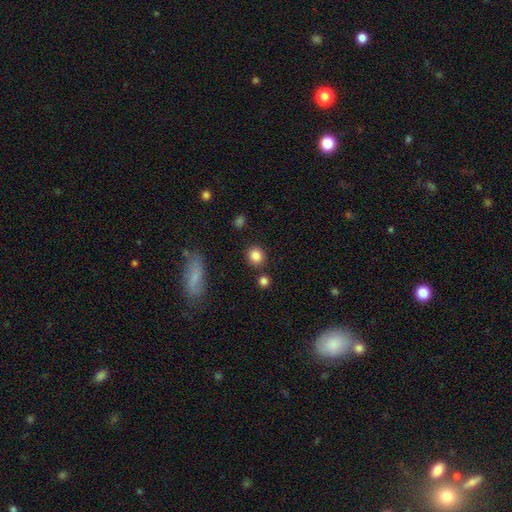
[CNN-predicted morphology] A smooth galaxy with no disk features (85%) that is round (85%).

Vote fractions:
- Smooth or featured? smooth: 85% / star or artifact: 10% / featured or disk: 6%
- How rounded? round: 85% / in between: 14% / cigar-shaped: 1%
- Merging? none: 82% / minor disturbance: 8% / merger: 7% / major disturbance: 3%